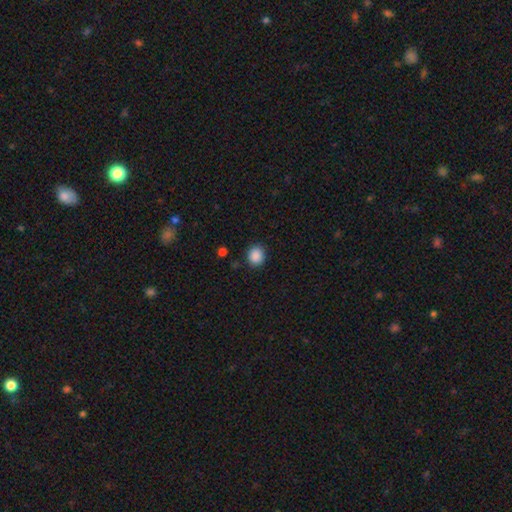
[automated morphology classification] Smooth or featured: smooth — 88% (star or artifact — 9%)
How rounded: round — 78% (in between — 21%)
Merging: none — 87% (minor disturbance — 8%)